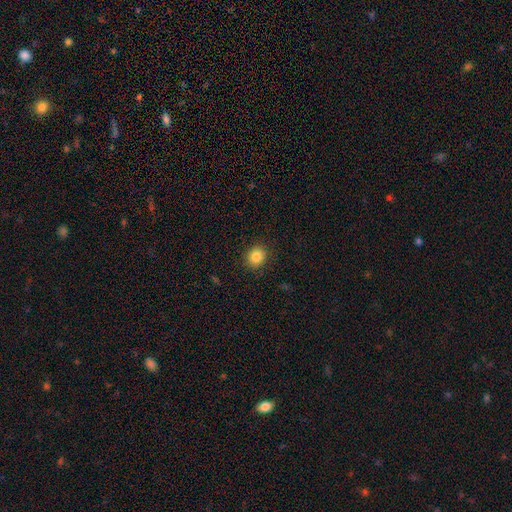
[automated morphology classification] Smooth or featured: smooth — 85% (star or artifact — 10%)
How rounded: round — 78% (in between — 21%)
Merging: none — 90% (minor disturbance — 7%)